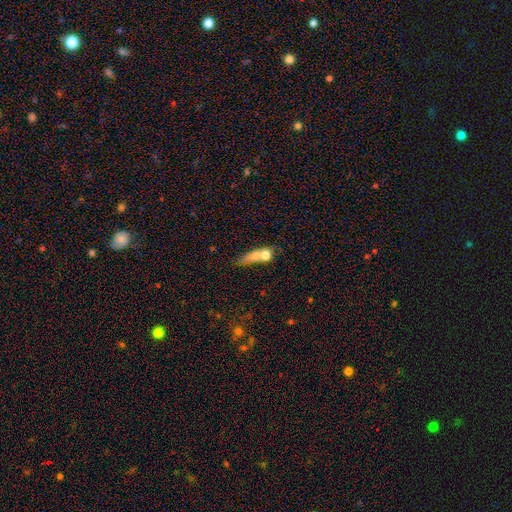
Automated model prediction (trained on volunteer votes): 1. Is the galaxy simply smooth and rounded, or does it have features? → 60% smooth, 29% featured or disk, 11% star or artifact.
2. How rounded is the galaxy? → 40% cigar-shaped, 35% in between, 25% round.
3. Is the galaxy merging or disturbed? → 44% merger, 36% none, 12% minor disturbance, 8% major disturbance.